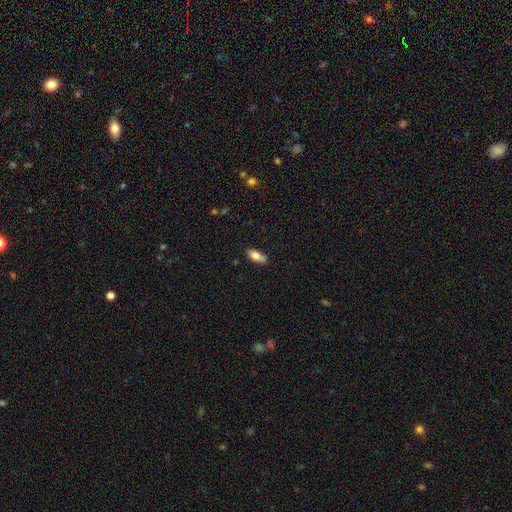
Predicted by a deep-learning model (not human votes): smooth-or-featured: smooth: 77% | featured or disk: 16% | star or artifact: 7%
  how-rounded: in between: 80% | cigar-shaped: 17% | round: 3%
  merging: none: 72% | minor disturbance: 20% | merger: 4% | major disturbance: 4%